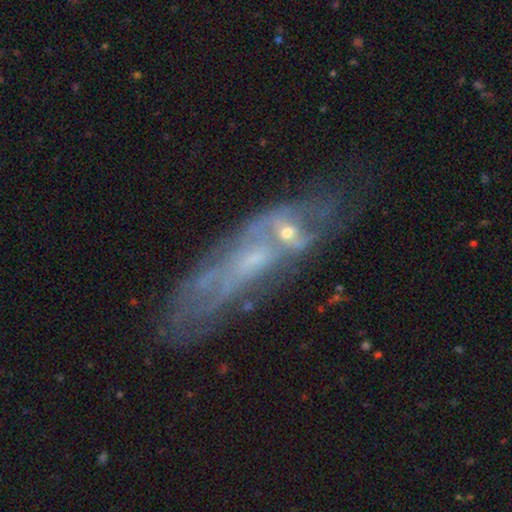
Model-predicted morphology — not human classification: Smooth or featured?
  - featured or disk: 63% *
  - smooth: 24%
  - star or artifact: 13%
Edge-on disk?
  - no: 66% *
  - yes: 34%
Merging?
  - none: 55% *
  - minor disturbance: 19%
  - merger: 14%
  - major disturbance: 13%